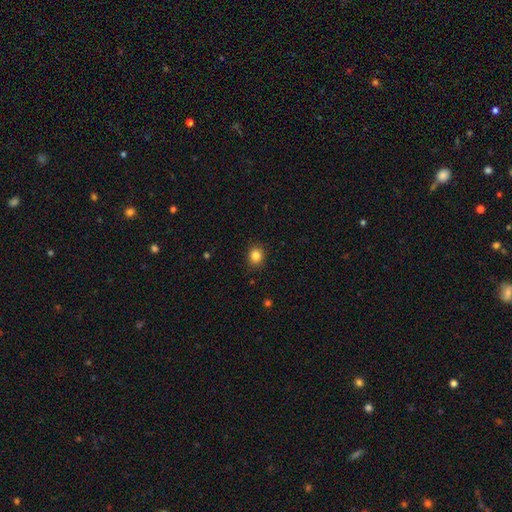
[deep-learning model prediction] Morphology: type=smooth (84%); roundness=round (76%); merging=none (89%).